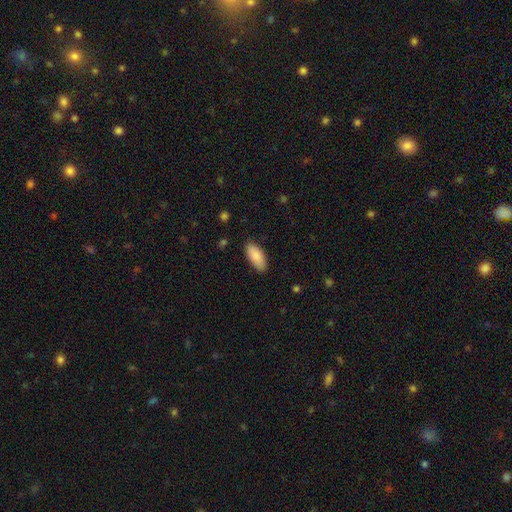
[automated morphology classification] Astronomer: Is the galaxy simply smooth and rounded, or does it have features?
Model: smooth — 88%.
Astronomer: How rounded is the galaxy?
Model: in between — 86%.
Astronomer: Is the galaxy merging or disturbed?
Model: none — 87%.